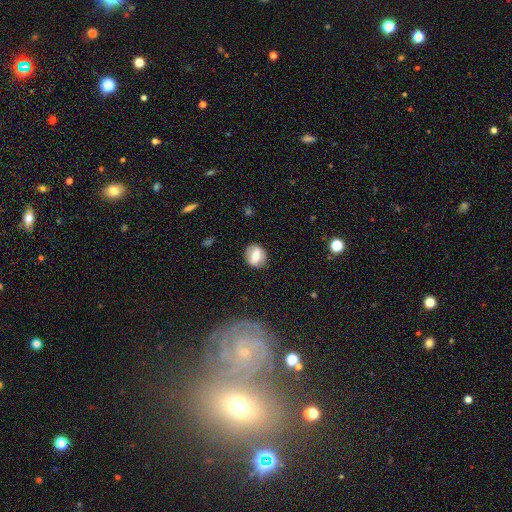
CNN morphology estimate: Overall: smooth (54%; featured or disk 38%). How rounded: round (60%; in between 37%). Merging: none (84%).